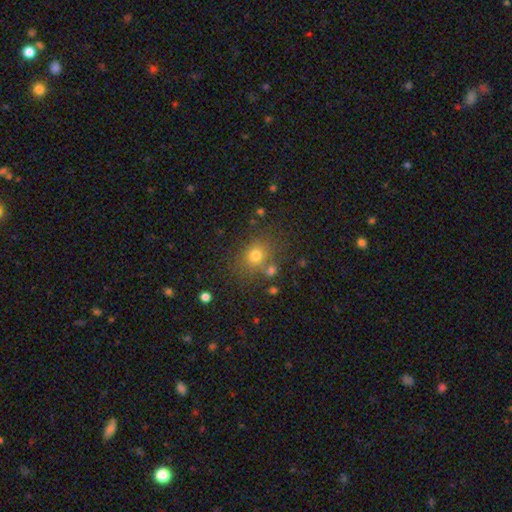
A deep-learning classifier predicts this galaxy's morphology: Smooth or featured? smooth (74%)
How rounded? round (68%)
Merging? none (72%)